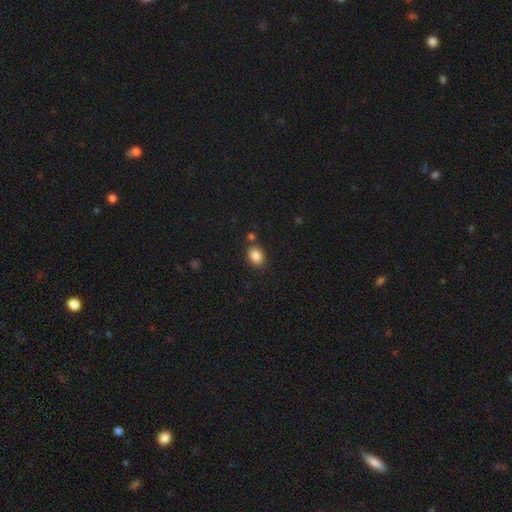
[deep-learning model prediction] smooth-or-featured: smooth: 86% | star or artifact: 9% | featured or disk: 5%
  how-rounded: in between: 64% | round: 35% | cigar-shaped: 1%
  merging: none: 78% | minor disturbance: 11% | merger: 8% | major disturbance: 3%